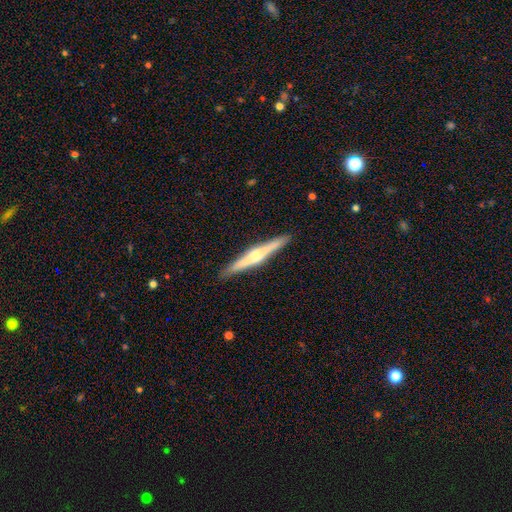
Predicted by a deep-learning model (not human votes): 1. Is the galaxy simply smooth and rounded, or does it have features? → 69% featured or disk, 26% smooth, 5% star or artifact.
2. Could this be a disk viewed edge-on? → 98% yes, 2% no.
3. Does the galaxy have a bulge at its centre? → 82% rounded, 10% boxy, 8% none.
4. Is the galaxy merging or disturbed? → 91% none, 6% minor disturbance, 1% major disturbance, 1% merger.